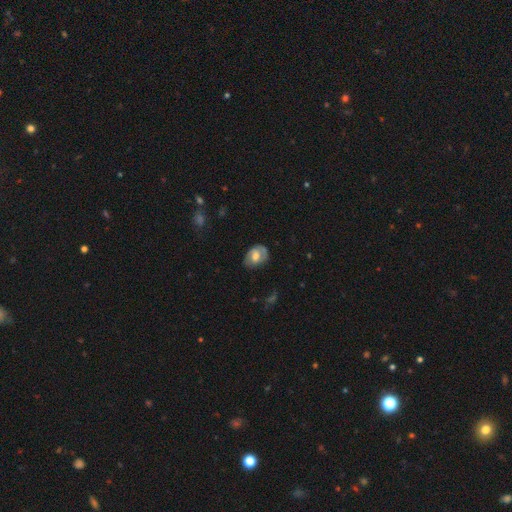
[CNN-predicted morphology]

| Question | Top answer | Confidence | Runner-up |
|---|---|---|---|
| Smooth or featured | featured or disk | 48% | smooth (45%) |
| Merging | none | 69% | minor disturbance (22%) |